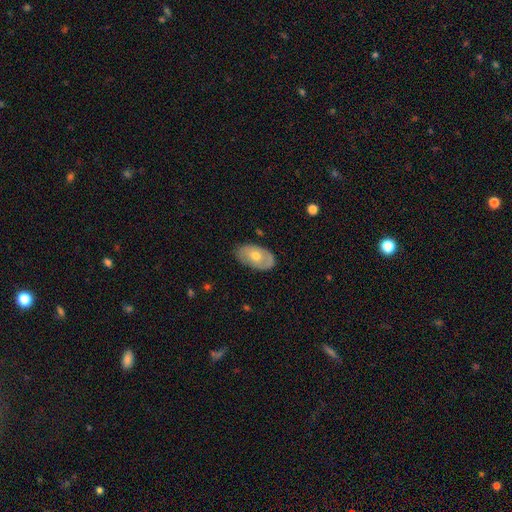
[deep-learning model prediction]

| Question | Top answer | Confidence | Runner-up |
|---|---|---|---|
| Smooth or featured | smooth | 54% | featured or disk (40%) |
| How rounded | in between | 90% | round (8%) |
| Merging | none | 79% | minor disturbance (16%) |